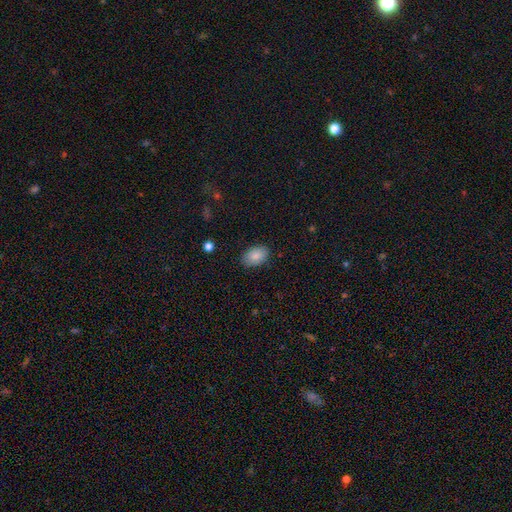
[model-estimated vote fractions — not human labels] Smooth or featured? smooth (87%)
How rounded? in between (90%)
Merging? none (85%)